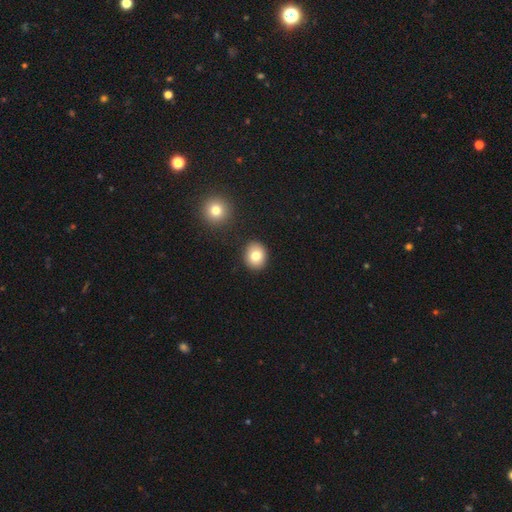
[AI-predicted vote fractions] A smooth galaxy with no disk features (80%) that is round (71%).

Vote fractions:
- Smooth or featured? smooth: 80% / featured or disk: 11% / star or artifact: 10%
- How rounded? round: 71% / in between: 29% / cigar-shaped: 1%
- Merging? none: 89% / minor disturbance: 6% / merger: 3% / major disturbance: 2%